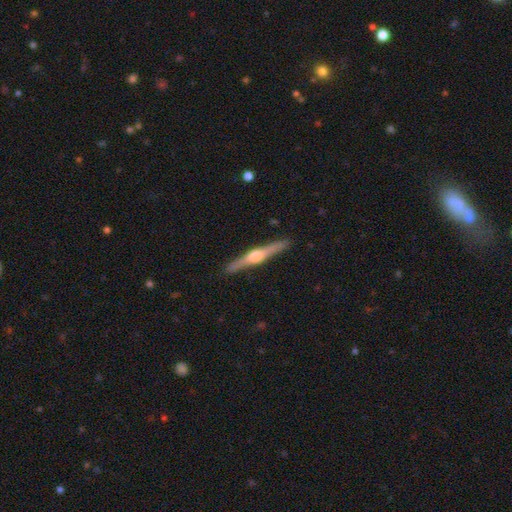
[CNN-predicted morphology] Q: Smooth or featured?
A: featured or disk (79%); runner-up: smooth (16%)
Q: Edge-on disk?
A: yes (98%); runner-up: no (2%)
Q: Edge-on bulge?
A: rounded (91%); runner-up: boxy (6%)
Q: Merging?
A: none (91%); runner-up: minor disturbance (6%)